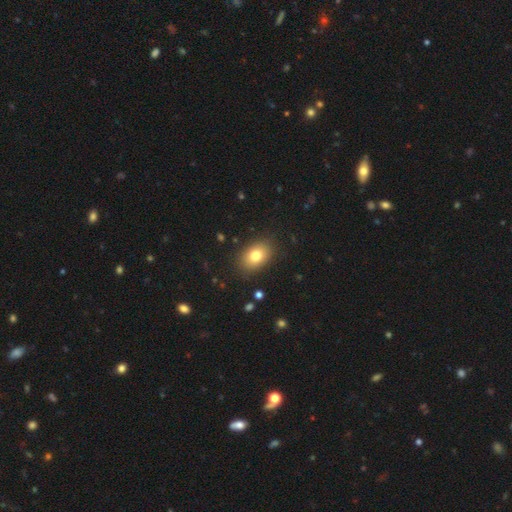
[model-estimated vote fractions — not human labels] This is likely a smooth galaxy (80%). How rounded: likely in between (79%). Merging: clearly none (87%).